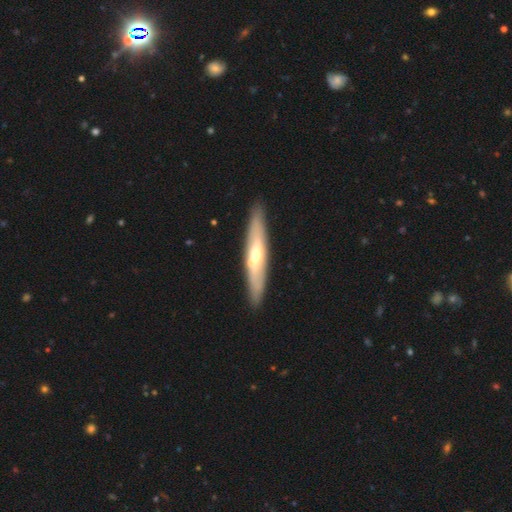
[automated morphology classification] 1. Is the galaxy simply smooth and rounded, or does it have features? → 55% featured or disk, 39% smooth, 6% star or artifact.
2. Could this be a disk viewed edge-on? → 78% yes, 22% no.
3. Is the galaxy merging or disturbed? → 83% none, 10% minor disturbance, 6% merger, 2% major disturbance.